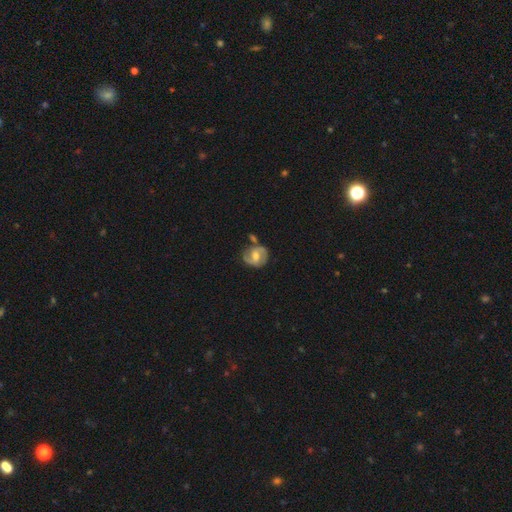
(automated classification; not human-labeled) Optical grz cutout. It shows a featured or disk galaxy (72%) with a weak bar (51%), 2 (86%) medium (51%) spiral arms (89%) and a moderate central bulge (68%). Merging: none (68%).